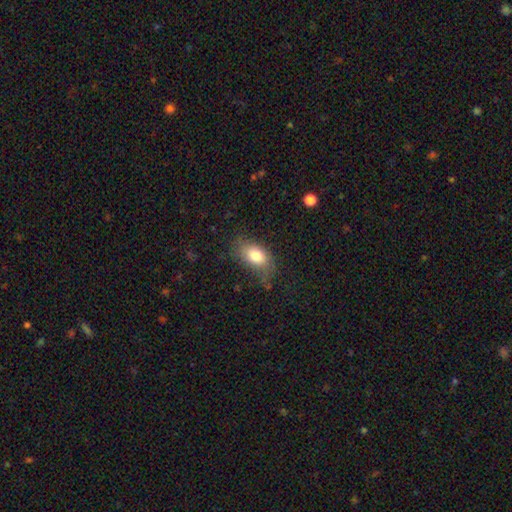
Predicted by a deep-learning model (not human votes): Smooth or featured? Predicted: smooth (p=0.80). How rounded? Predicted: in between (p=0.88). Merging? Predicted: none (p=0.61).